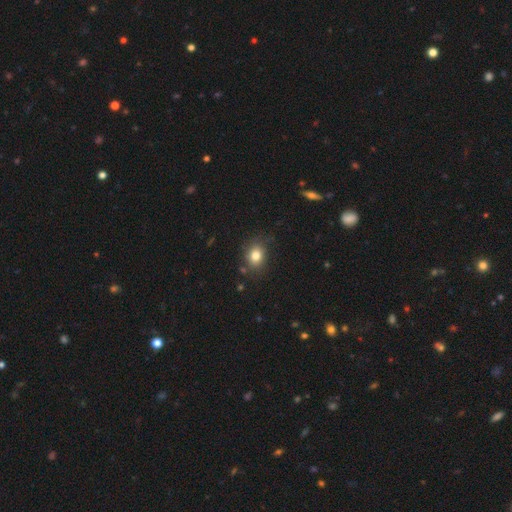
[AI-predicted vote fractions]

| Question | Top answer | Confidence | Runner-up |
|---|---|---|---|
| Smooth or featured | smooth | 81% | star or artifact (11%) |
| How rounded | in between | 50% | round (49%) |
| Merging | none | 75% | minor disturbance (17%) |